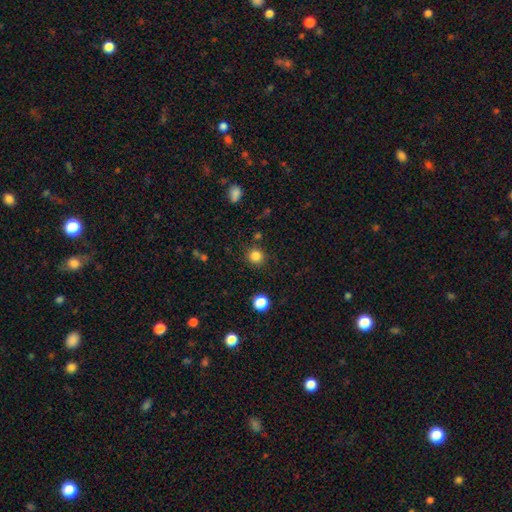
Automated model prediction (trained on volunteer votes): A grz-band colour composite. It shows a smooth galaxy with no disk features (83%) that is round (93%). Merging: none (86%).